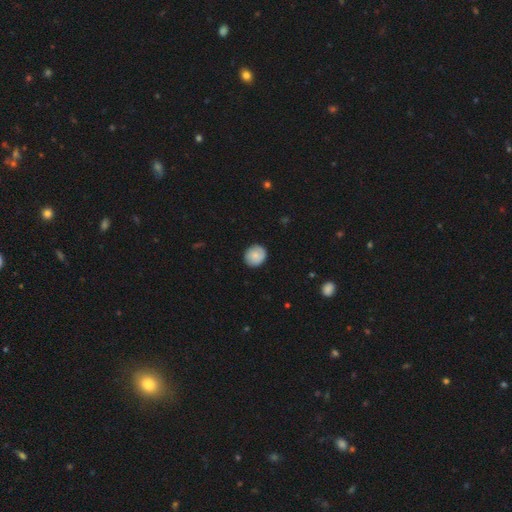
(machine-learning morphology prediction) Smooth or featured: smooth — 80% (featured or disk — 13%)
How rounded: round — 85% (in between — 14%)
Merging: none — 88% (minor disturbance — 9%)